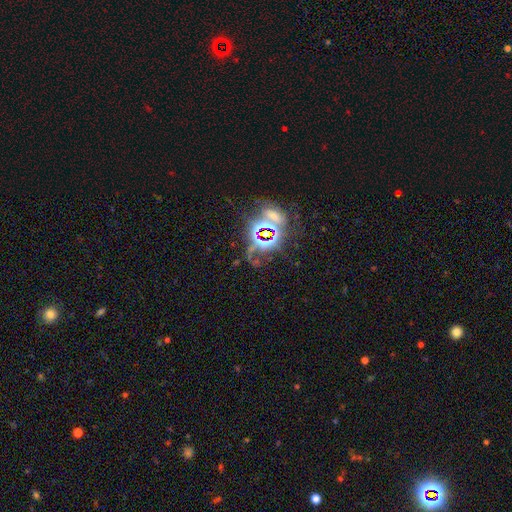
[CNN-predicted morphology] Smooth or featured? star or artifact (70%)